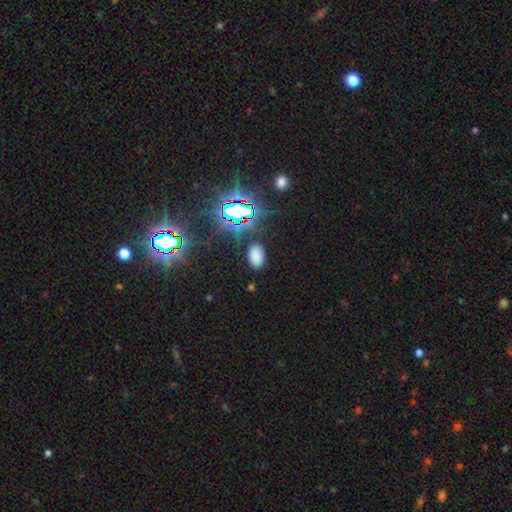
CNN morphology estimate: Smooth or featured? Predicted: smooth (p=0.70). How rounded? Predicted: in between (p=0.92). Merging? Predicted: none (p=0.85).